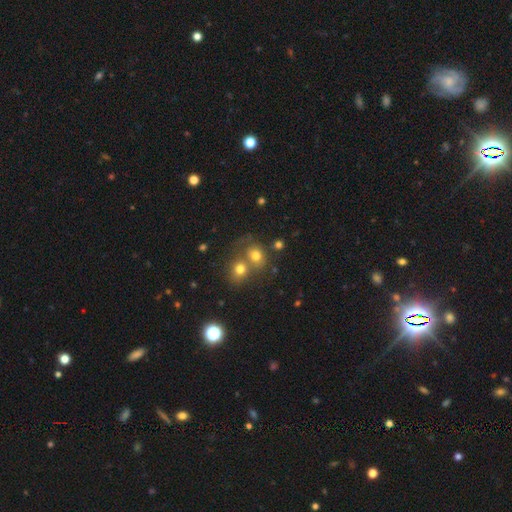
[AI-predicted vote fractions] A smooth galaxy with no disk features (73%) that is round (70%).

Vote fractions:
- Smooth or featured? smooth: 73% / star or artifact: 15% / featured or disk: 12%
- How rounded? round: 70% / in between: 29% / cigar-shaped: 1%
- Merging? merger: 49% / none: 38% / minor disturbance: 8% / major disturbance: 4%